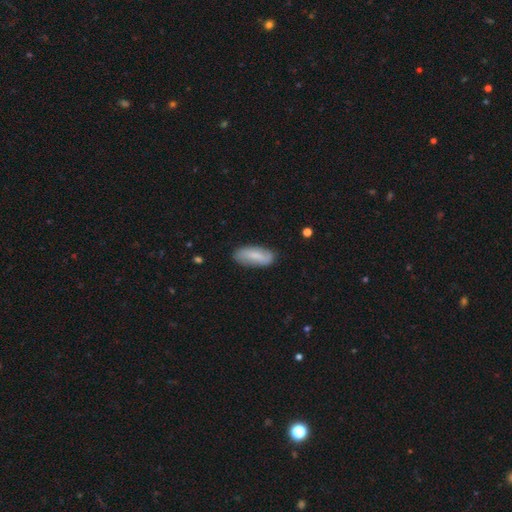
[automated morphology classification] Smooth or featured?
  - smooth: 69% *
  - featured or disk: 25%
  - star or artifact: 6%
How rounded?
  - in between: 80% *
  - cigar-shaped: 18%
  - round: 2%
Merging?
  - none: 80% *
  - minor disturbance: 15%
  - major disturbance: 3%
  - merger: 1%